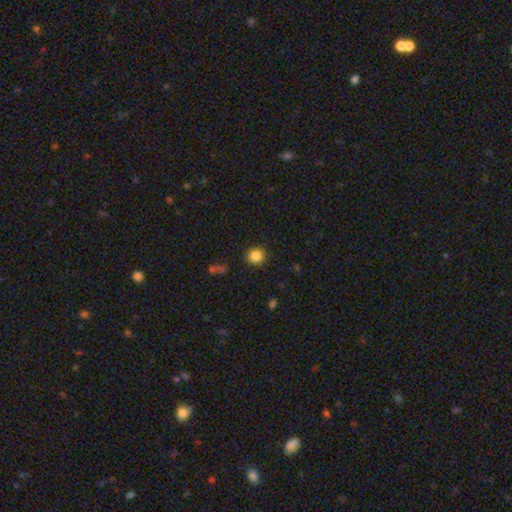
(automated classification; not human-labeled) Smooth or featured: smooth — 85% (star or artifact — 11%)
How rounded: round — 92% (in between — 7%)
Merging: none — 91% (minor disturbance — 6%)